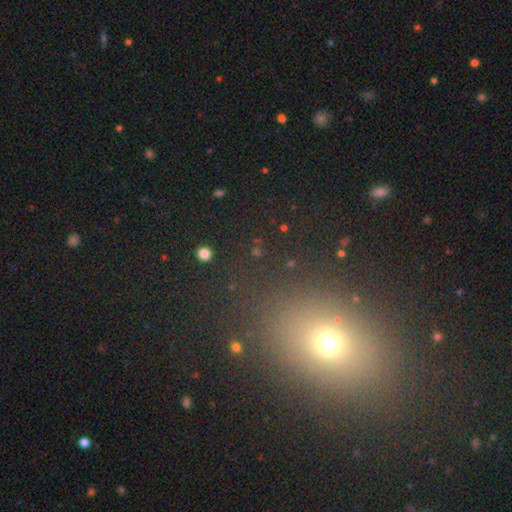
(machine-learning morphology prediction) smooth_or_featured: smooth (p=0.51) [alt: star or artifact p=0.37]
how_rounded: round (p=0.53) [alt: in between p=0.45]
merging: none (p=0.83) [alt: minor disturbance p=0.09]